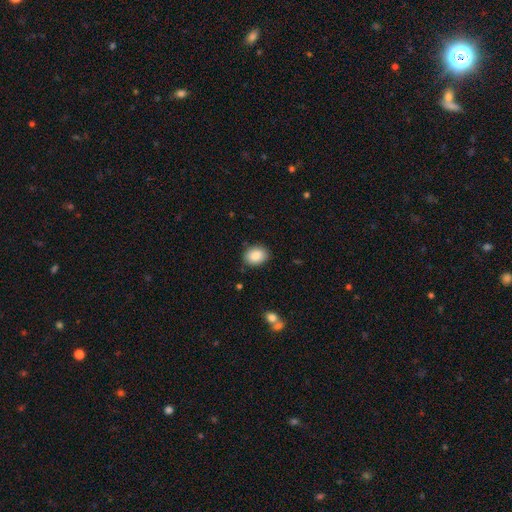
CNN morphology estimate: type=smooth (88%); roundness=in between (64%); merging=none (85%).